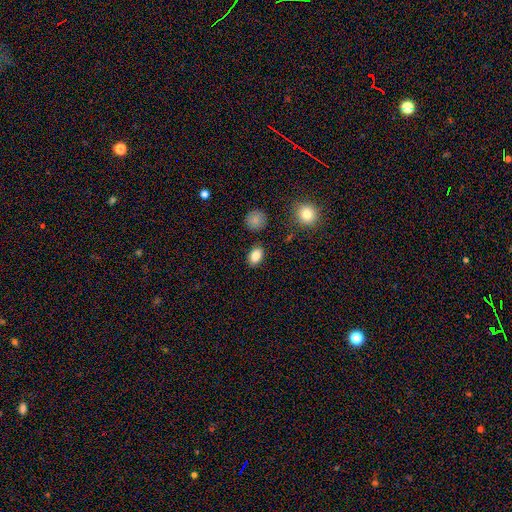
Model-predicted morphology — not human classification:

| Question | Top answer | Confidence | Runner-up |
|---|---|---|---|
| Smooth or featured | smooth | 84% | star or artifact (9%) |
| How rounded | in between | 80% | round (18%) |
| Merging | none | 86% | minor disturbance (9%) |